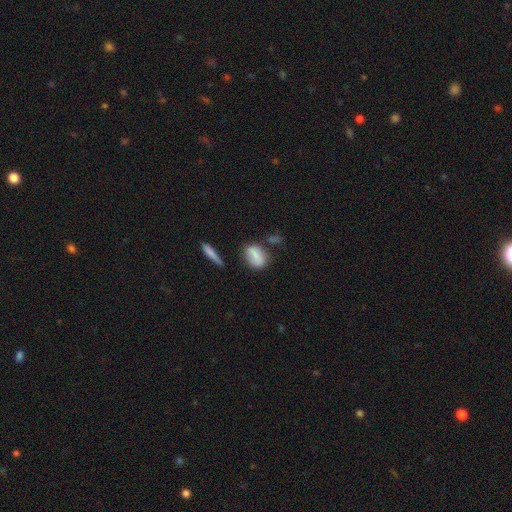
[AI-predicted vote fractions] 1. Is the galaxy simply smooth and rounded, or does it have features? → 77% smooth, 14% featured or disk, 8% star or artifact.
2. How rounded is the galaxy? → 71% in between, 24% round, 5% cigar-shaped.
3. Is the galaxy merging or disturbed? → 65% none, 20% minor disturbance, 8% merger, 6% major disturbance.